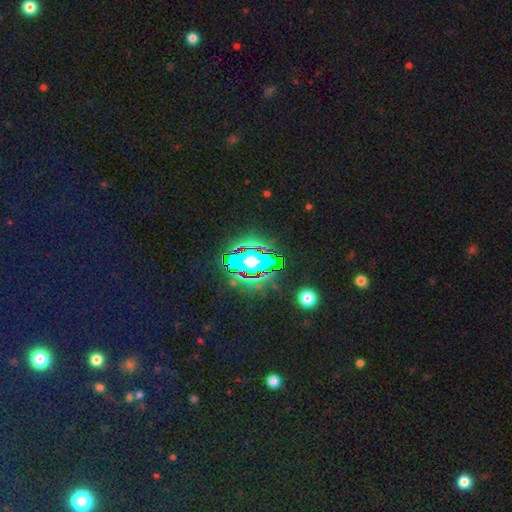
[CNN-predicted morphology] The model was most divided on "smooth or featured": star or artifact: 82%, smooth: 11%, featured or disk: 7%.